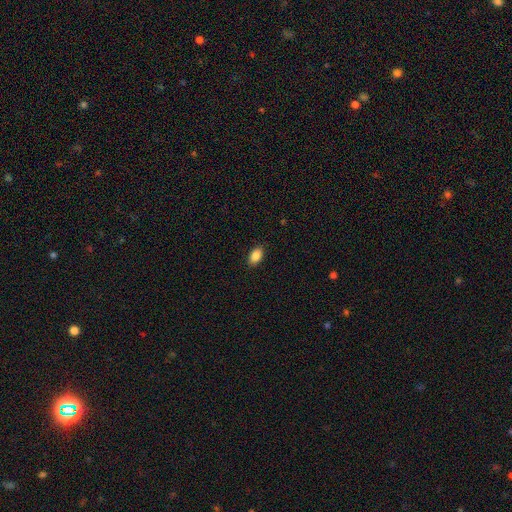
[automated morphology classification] smooth_or_featured: smooth (p=0.87) [alt: star or artifact p=0.08]
how_rounded: in between (p=0.92) [alt: round p=0.06]
merging: none (p=0.89) [alt: minor disturbance p=0.08]